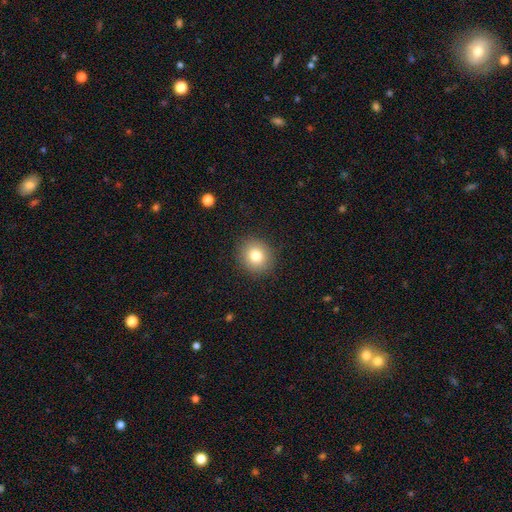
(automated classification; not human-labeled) Smooth or featured? Predicted: smooth (p=0.80). How rounded? Predicted: round (p=0.82). Merging? Predicted: none (p=0.89).